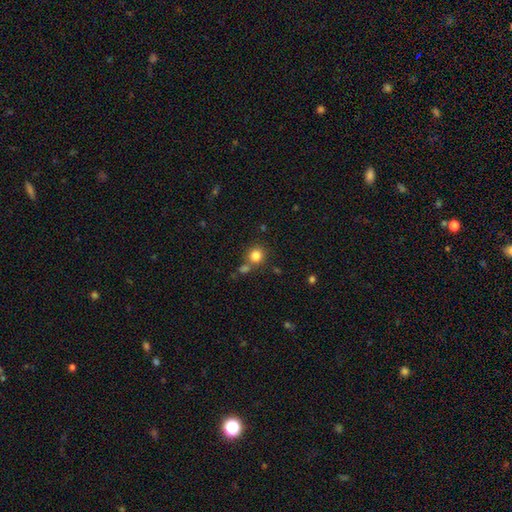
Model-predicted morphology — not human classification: type=smooth (83%); roundness=round (84%); merging=none (66%).